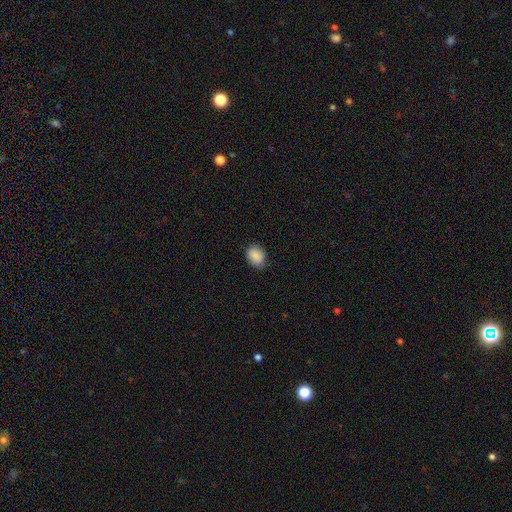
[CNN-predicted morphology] This is clearly a smooth galaxy (88%). How rounded: possibly in between (57%). Merging: likely none (80%).